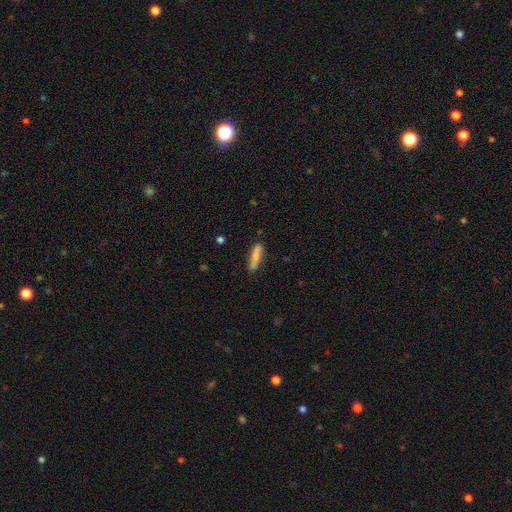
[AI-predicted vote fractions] smooth-or-featured: smooth: 83% | featured or disk: 11% | star or artifact: 6%
  how-rounded: cigar-shaped: 81% | in between: 17% | round: 2%
  merging: none: 80% | minor disturbance: 15% | major disturbance: 3% | merger: 2%